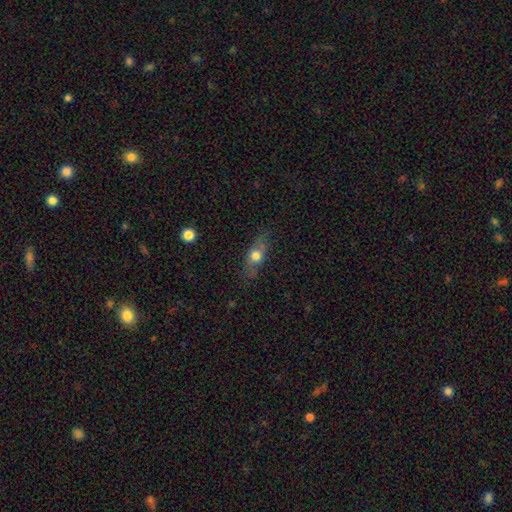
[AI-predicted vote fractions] A smooth galaxy with no disk features (59%) that is in between round and cigar-shaped (55%).

Vote fractions:
- Smooth or featured? smooth: 59% / featured or disk: 32% / star or artifact: 10%
- How rounded? in between: 55% / cigar-shaped: 29% / round: 16%
- Merging? none: 71% / minor disturbance: 20% / major disturbance: 8% / merger: 2%